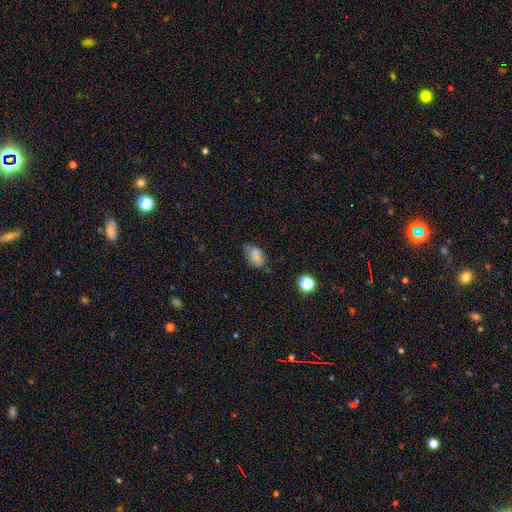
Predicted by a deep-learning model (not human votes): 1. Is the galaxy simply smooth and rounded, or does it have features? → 70% smooth, 17% featured or disk, 12% star or artifact.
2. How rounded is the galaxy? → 84% in between, 14% round, 2% cigar-shaped.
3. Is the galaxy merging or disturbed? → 50% none, 33% minor disturbance, 10% major disturbance, 6% merger.